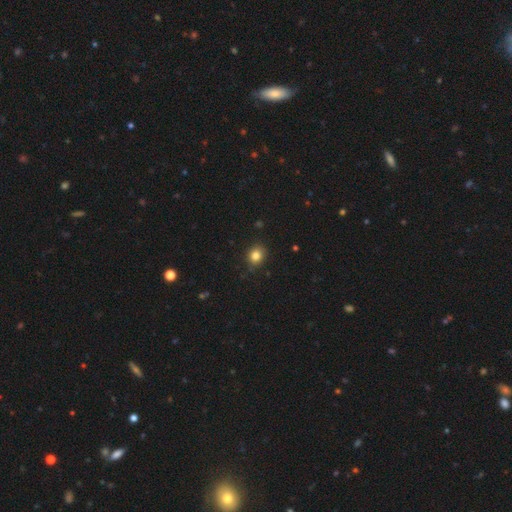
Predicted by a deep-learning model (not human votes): Smooth or featured: smooth — 83% (star or artifact — 11%)
How rounded: round — 71% (in between — 28%)
Merging: none — 87% (minor disturbance — 9%)